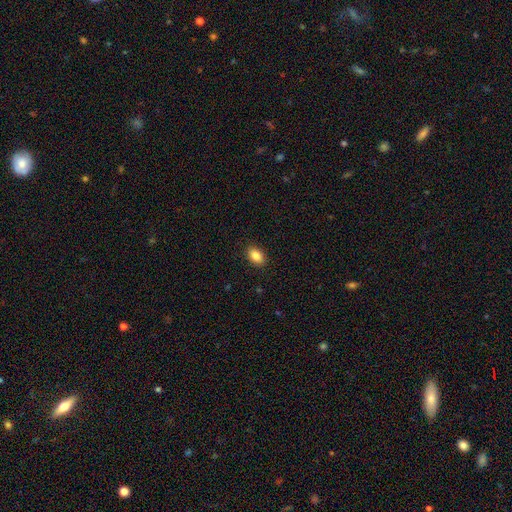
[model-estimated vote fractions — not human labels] The model was most divided on "how rounded": in between: 85%, round: 14%, cigar-shaped: 1%. More confident: merging — none (90%); smooth or featured — smooth (87%).